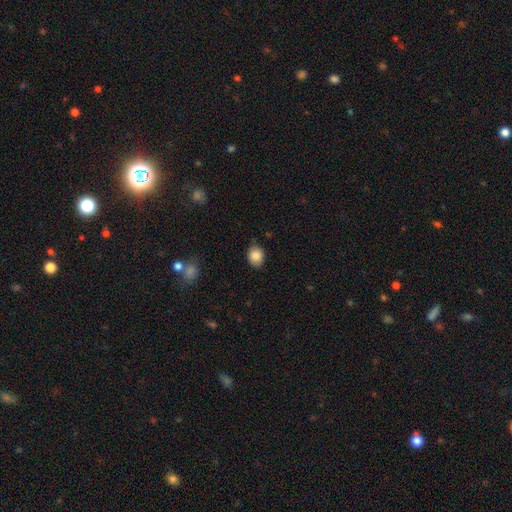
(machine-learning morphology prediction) Overall: smooth (86%). How rounded: in between (52%; round 47%). Merging: none (77%).